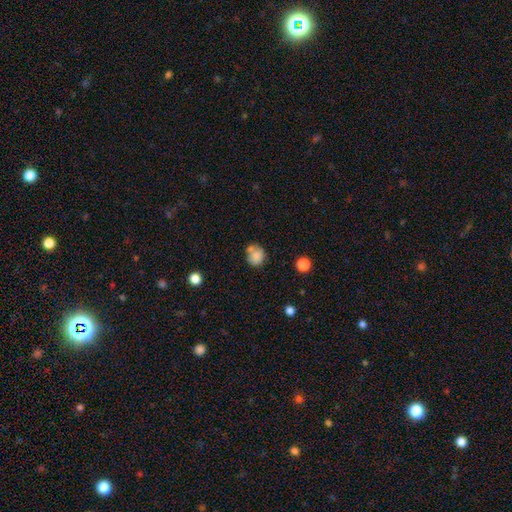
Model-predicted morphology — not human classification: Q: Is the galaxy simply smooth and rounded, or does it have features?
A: smooth — 81%.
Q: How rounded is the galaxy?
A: round — 79%.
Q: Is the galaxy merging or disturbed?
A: none — 55%.